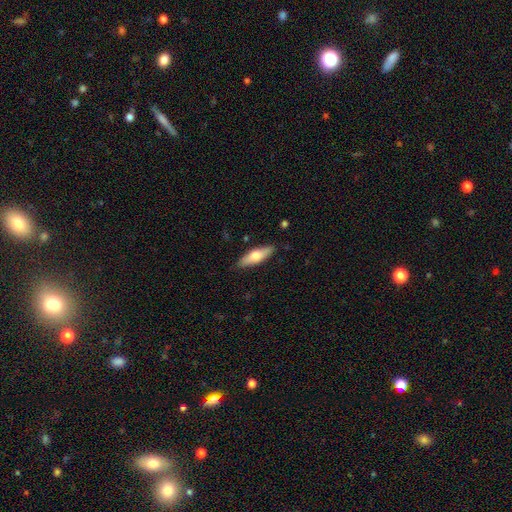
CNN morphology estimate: Overall: smooth (61%; featured or disk 34%). How rounded: in between (49%, tied with cigar-shaped). Merging: none (87%).